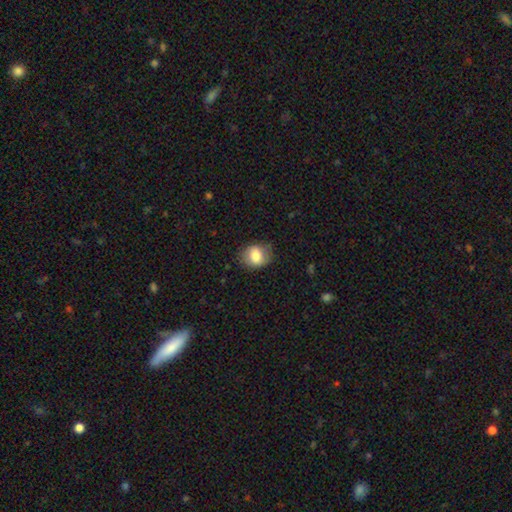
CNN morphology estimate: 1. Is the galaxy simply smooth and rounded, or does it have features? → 77% smooth, 15% featured or disk, 8% star or artifact.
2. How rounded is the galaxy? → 54% round, 45% in between, 1% cigar-shaped.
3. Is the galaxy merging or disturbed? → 77% none, 17% minor disturbance, 5% major disturbance, 1% merger.